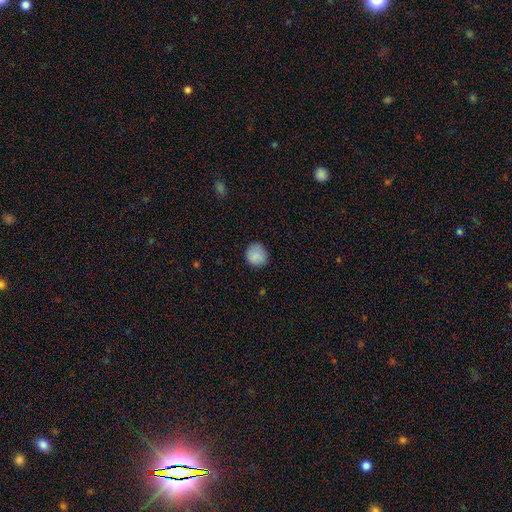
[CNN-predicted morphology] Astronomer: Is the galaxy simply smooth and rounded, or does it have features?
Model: smooth — 87%.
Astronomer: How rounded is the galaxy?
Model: round — 91%.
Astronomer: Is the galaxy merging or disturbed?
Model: none — 85%.